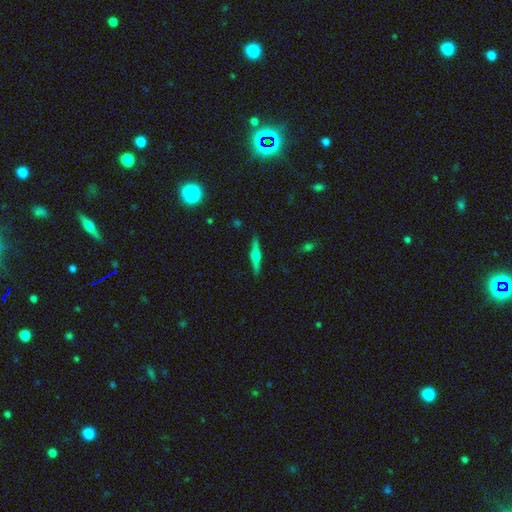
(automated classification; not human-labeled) The model was most divided on "smooth or featured": featured or disk: 64%, smooth: 29%, star or artifact: 6%. More confident: edge-on disk — yes (97%); edge-on bulge — rounded (91%); merging — none (90%).